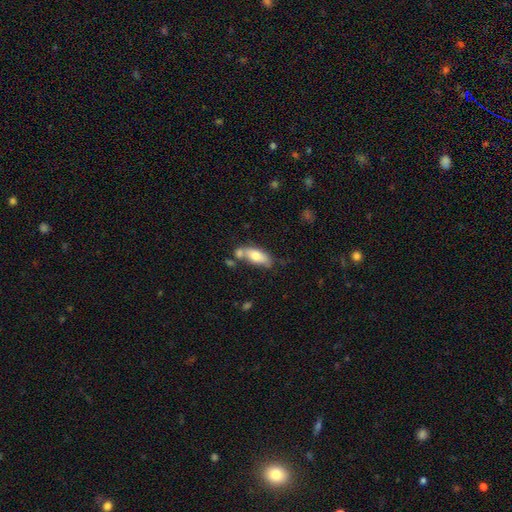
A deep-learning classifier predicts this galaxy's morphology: Overall: smooth (72%). How rounded: in between (77%). Merging: none (47%; merger 27%).